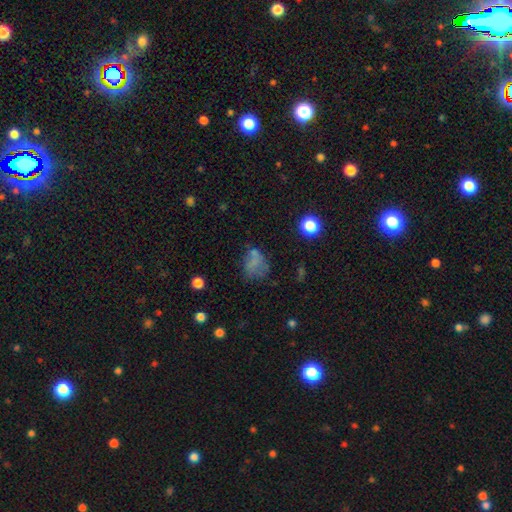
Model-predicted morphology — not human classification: The model was most divided on "how rounded": in between: 54%, round: 43%, cigar-shaped: 3%. Remaining: smooth or featured — smooth (53%); merging — none (46%).